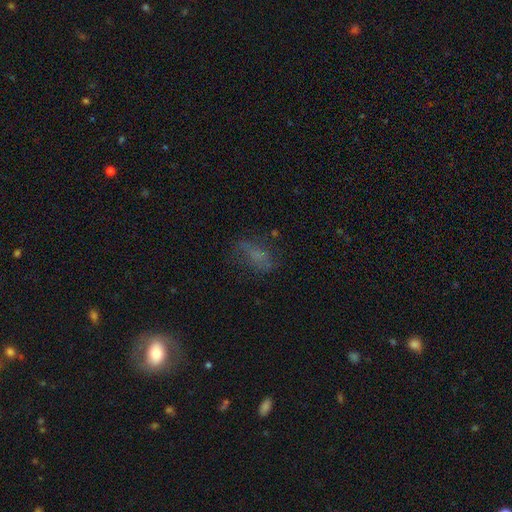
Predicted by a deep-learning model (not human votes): A smooth galaxy with no disk features (50%) that is in between round and cigar-shaped (76%). Merging: none (54%).